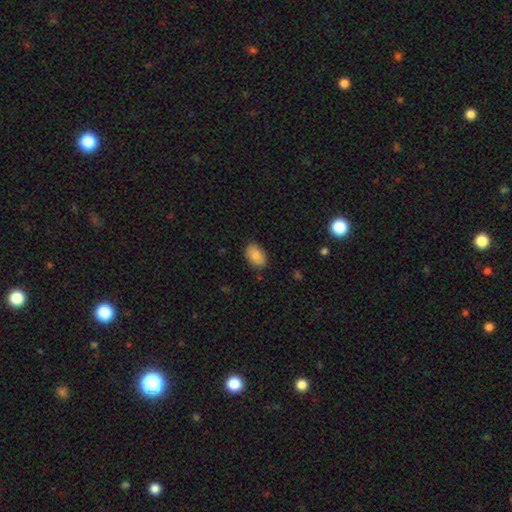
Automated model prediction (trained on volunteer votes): smooth_or_featured: smooth (p=0.86) [alt: star or artifact p=0.07]
how_rounded: in between (p=0.89) [alt: round p=0.10]
merging: none (p=0.85) [alt: minor disturbance p=0.11]